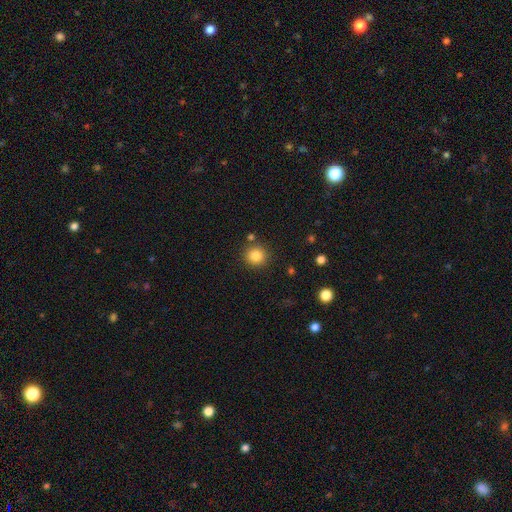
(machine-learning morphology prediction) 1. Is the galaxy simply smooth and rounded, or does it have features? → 84% smooth, 11% star or artifact, 5% featured or disk.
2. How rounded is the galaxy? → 91% round, 8% in between, 1% cigar-shaped.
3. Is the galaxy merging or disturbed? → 85% none, 8% minor disturbance, 5% merger, 3% major disturbance.